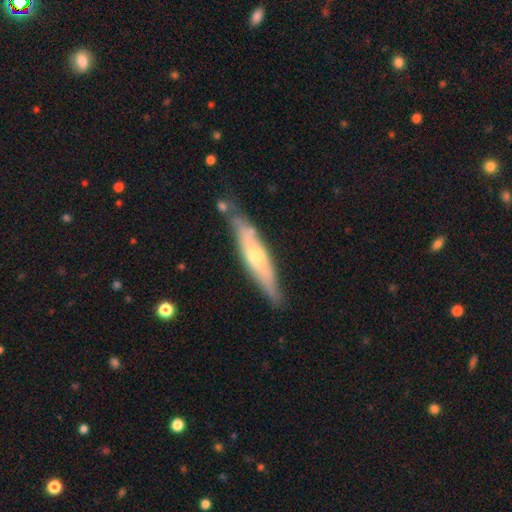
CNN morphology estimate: Smooth or featured: featured or disk — 54% (smooth — 40%)
Edge-on disk: yes — 72% (no — 28%)
Merging: none — 71% (minor disturbance — 19%)